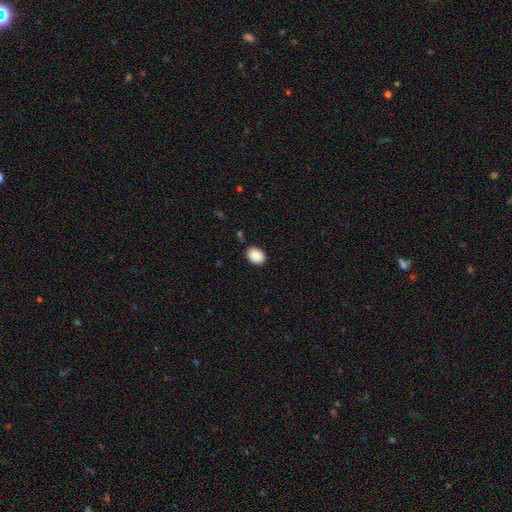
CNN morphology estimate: Smooth or featured? smooth (89%)
How rounded? in between (61%)
Merging? none (80%)